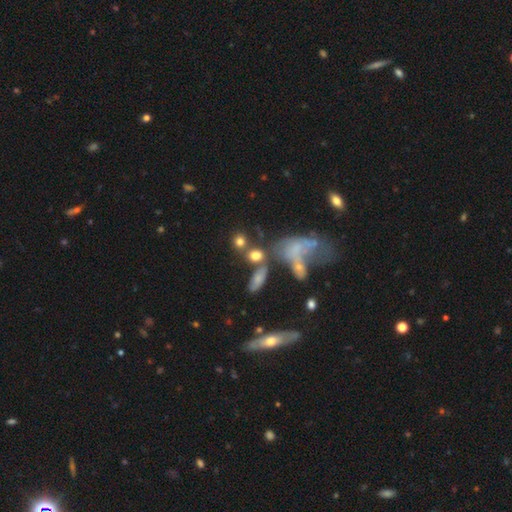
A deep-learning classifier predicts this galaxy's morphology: smooth_or_featured: smooth (p=0.70) [alt: featured or disk p=0.17]
how_rounded: round (p=0.52) [alt: in between p=0.41]
merging: none (p=0.41) [alt: merger p=0.34]